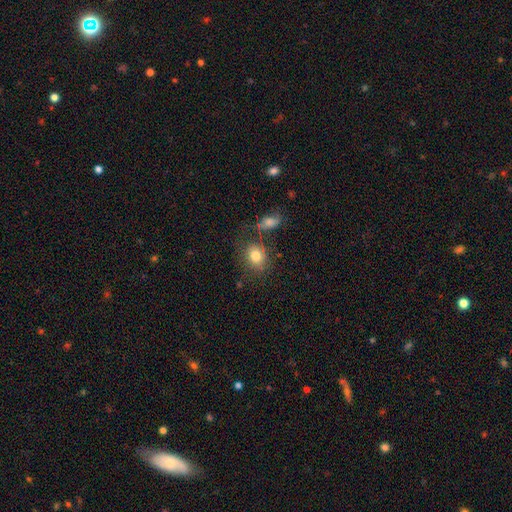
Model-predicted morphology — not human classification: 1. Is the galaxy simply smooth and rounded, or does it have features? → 80% smooth, 10% star or artifact, 10% featured or disk.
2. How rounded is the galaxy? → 62% round, 37% in between, 1% cigar-shaped.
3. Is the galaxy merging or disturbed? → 70% none, 15% minor disturbance, 10% merger, 6% major disturbance.